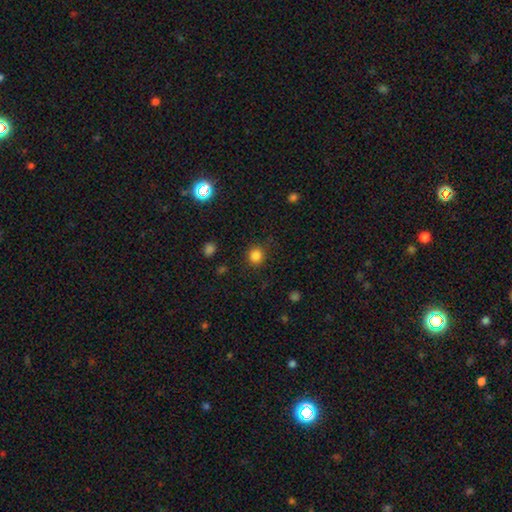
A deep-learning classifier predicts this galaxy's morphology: smooth 84%, star or artifact 13%, featured or disk 4%. Down the decision tree: how rounded — round (89%); merging — none (86%).